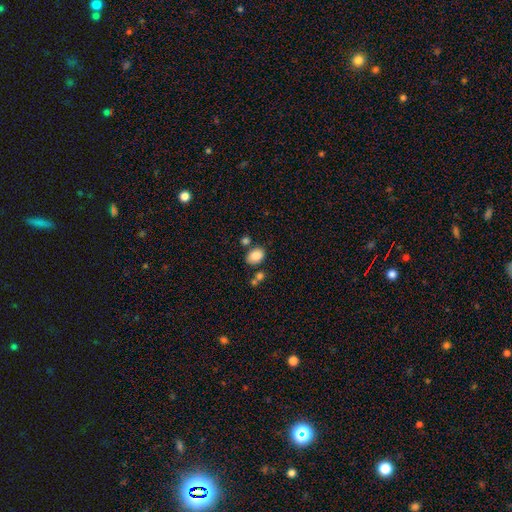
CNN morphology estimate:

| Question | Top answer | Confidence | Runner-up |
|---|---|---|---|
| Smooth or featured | smooth | 86% | star or artifact (8%) |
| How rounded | in between | 72% | round (27%) |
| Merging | none | 70% | minor disturbance (13%) |